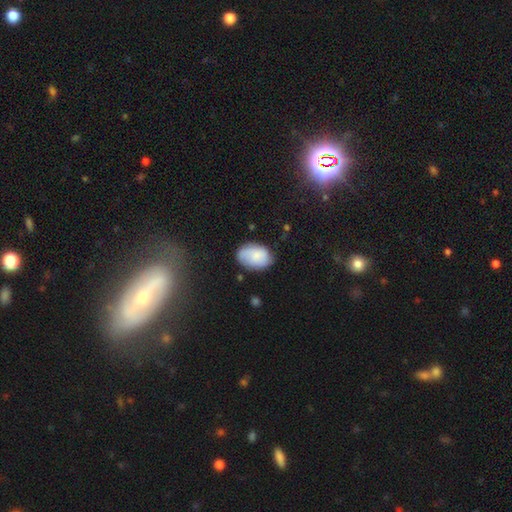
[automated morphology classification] smooth 73%, featured or disk 19%, star or artifact 8%. Down the decision tree: how rounded — in between (82%); merging — none (67%).